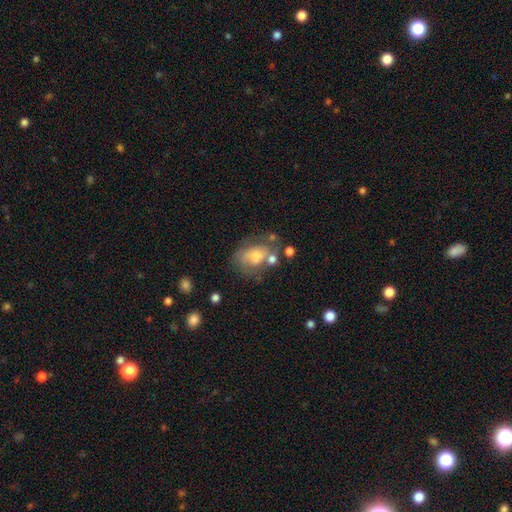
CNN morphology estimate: The model was most divided on "merging": none: 40%, minor disturbance: 25%, major disturbance: 21%, merger: 13%. More confident: how rounded — in between (71%); smooth or featured — smooth (53%).